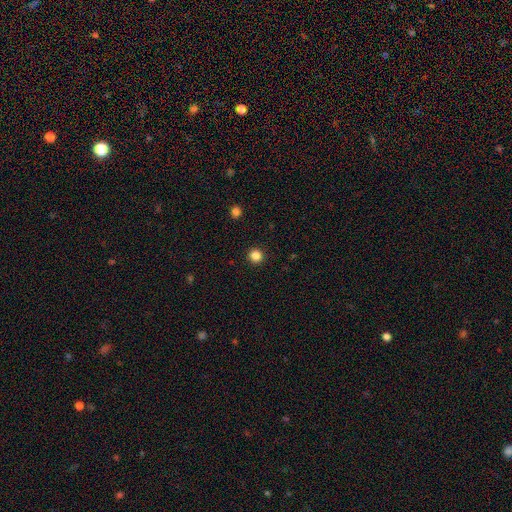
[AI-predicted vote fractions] Smooth or featured? Predicted: smooth (p=0.85). How rounded? Predicted: round (p=0.95). Merging? Predicted: none (p=0.93).